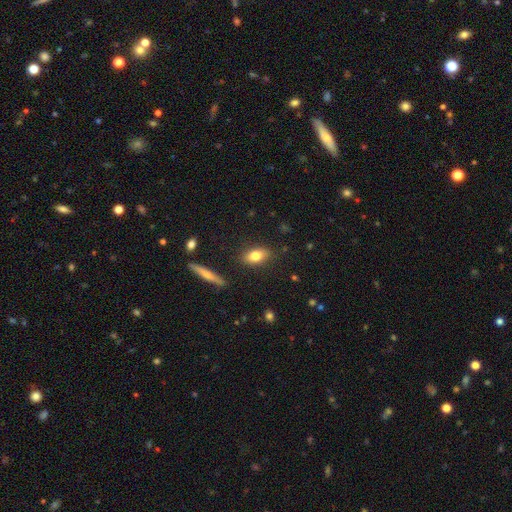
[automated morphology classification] This appears to be a smooth galaxy with no disk features (76%) that is in between round and cigar-shaped (81%). Merging: none (85%).